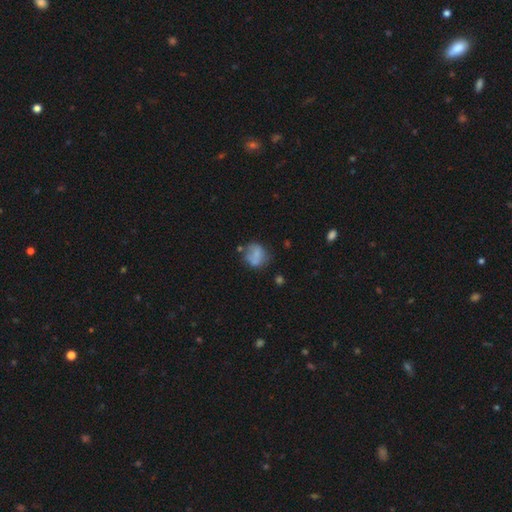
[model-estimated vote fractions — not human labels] This is likely a smooth galaxy (67%). How rounded: likely round (70%). Merging: possibly none (51%).